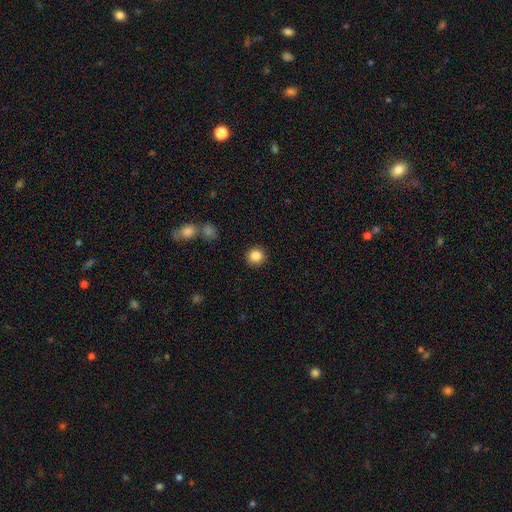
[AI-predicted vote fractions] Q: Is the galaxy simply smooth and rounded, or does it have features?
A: smooth — 85%.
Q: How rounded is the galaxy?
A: round — 93%.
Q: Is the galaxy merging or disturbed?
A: none — 91%.